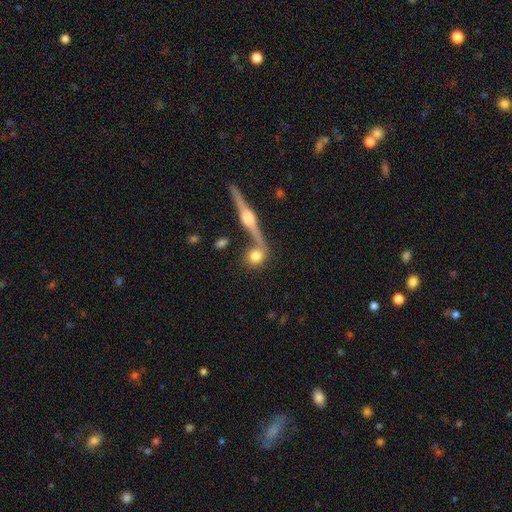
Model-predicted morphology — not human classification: This is likely a smooth galaxy (69%). How rounded: likely round (78%). Merging: possibly none (59%).